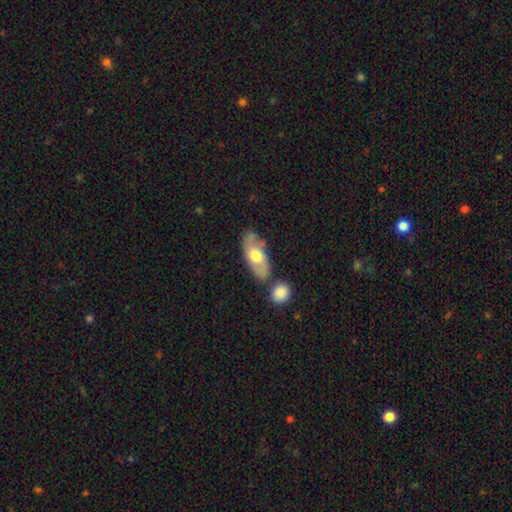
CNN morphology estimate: This appears to be a smooth galaxy with no disk features (54%) that is in between round and cigar-shaped (83%). Merging: none (64%).